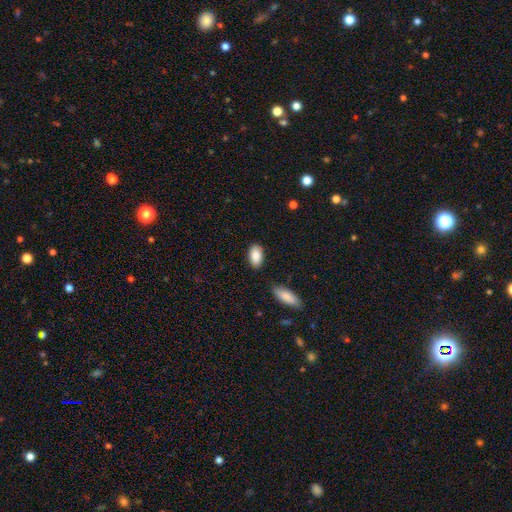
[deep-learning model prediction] A smooth galaxy with no disk features (87%) that is in between round and cigar-shaped (93%). Merging: none (84%).